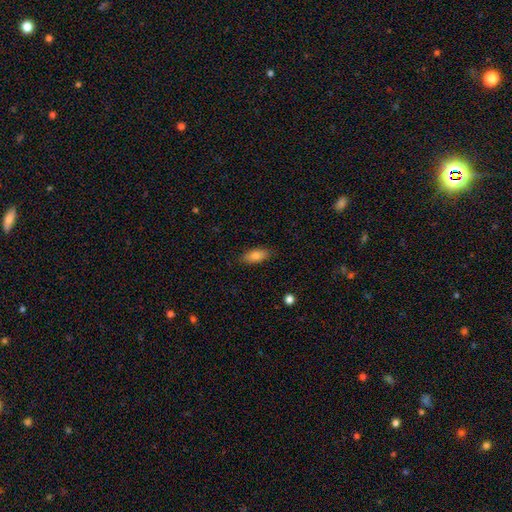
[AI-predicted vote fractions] Smooth or featured?
  - smooth: 81% *
  - featured or disk: 11%
  - star or artifact: 7%
How rounded?
  - in between: 84% *
  - cigar-shaped: 13%
  - round: 3%
Merging?
  - none: 85% *
  - minor disturbance: 12%
  - major disturbance: 2%
  - merger: 1%